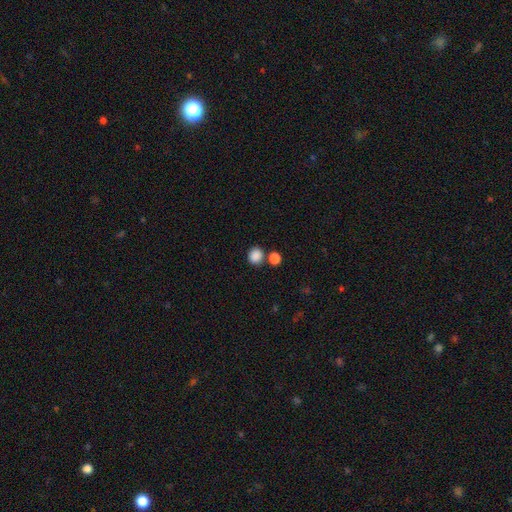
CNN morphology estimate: This is clearly a smooth galaxy (87%). How rounded: likely round (79%). Merging: likely none (75%).